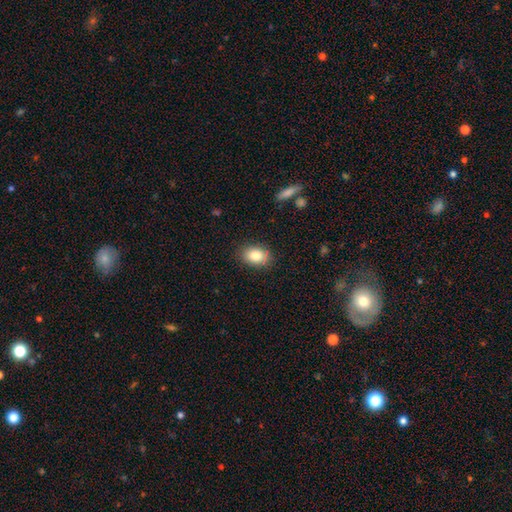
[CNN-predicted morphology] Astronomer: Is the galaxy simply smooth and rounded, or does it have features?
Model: smooth — 83%.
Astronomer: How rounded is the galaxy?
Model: in between — 75%.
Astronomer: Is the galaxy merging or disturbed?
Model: none — 85%.